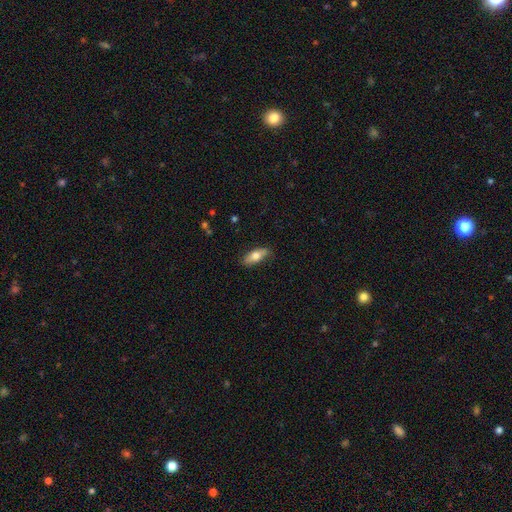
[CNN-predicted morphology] type=smooth (71%); roundness=in between (74%); merging=none (80%).